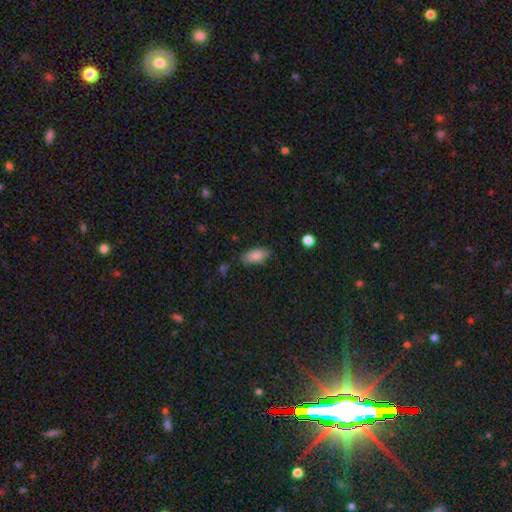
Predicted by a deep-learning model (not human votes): Smooth or featured? Predicted: smooth (p=0.85). How rounded? Predicted: in between (p=0.89). Merging? Predicted: none (p=0.78).